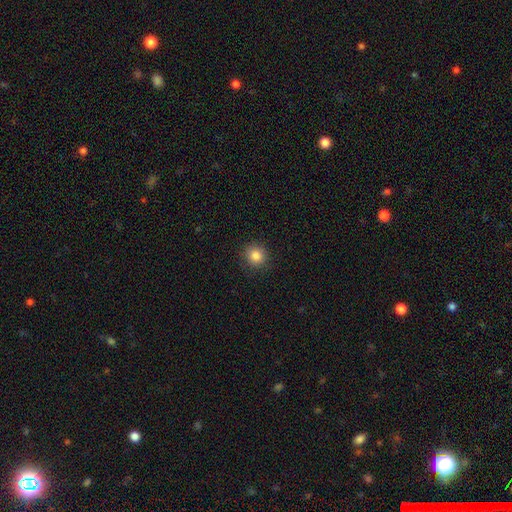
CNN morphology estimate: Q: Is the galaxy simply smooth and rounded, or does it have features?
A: smooth — 84%.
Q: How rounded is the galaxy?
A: round — 91%.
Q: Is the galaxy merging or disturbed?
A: none — 90%.